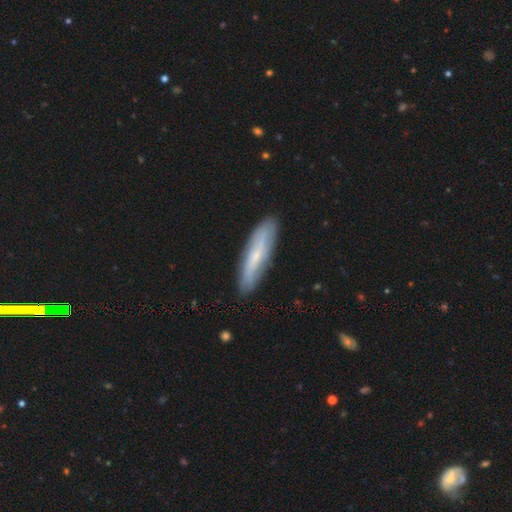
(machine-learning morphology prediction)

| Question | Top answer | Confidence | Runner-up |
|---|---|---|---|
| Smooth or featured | smooth | 47% | featured or disk (46%) |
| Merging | none | 86% | minor disturbance (11%) |